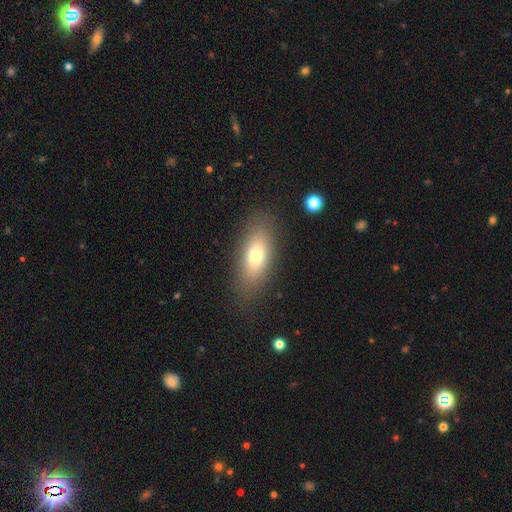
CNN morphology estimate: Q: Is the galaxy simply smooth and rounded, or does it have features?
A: smooth — 70%.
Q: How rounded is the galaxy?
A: in between — 73%.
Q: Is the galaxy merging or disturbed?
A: none — 84%.